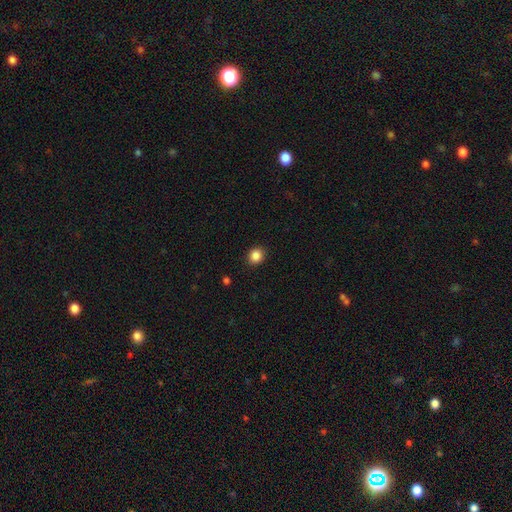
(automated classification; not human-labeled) Smooth or featured: smooth — 86% (star or artifact — 10%)
How rounded: round — 80% (in between — 20%)
Merging: none — 91% (minor disturbance — 6%)